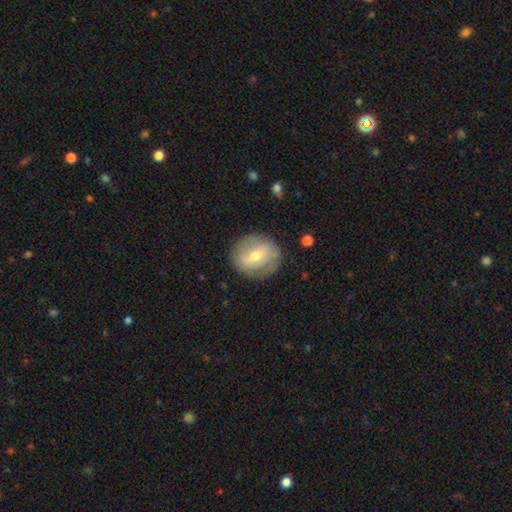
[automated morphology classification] smooth_or_featured: featured or disk (p=0.53) [alt: smooth p=0.41]
disk_edge_on: no (p=0.95) [alt: yes p=0.05]
merging: none (p=0.82) [alt: minor disturbance p=0.12]